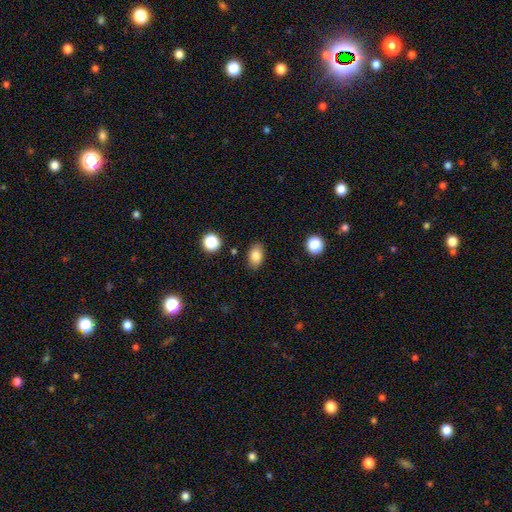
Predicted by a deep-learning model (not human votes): Overall: smooth (84%). How rounded: in between (86%). Merging: none (85%).